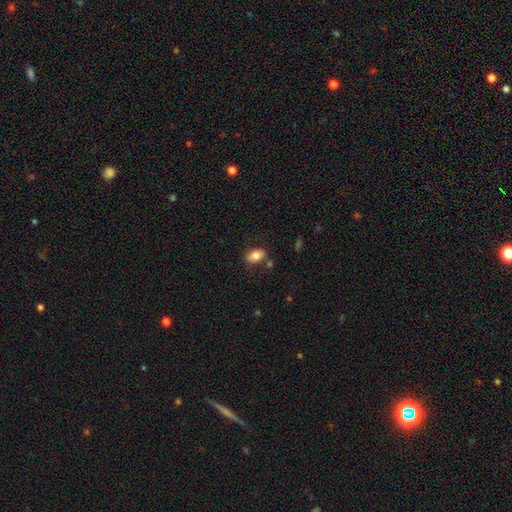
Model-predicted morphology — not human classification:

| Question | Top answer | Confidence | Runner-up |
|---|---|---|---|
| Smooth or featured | smooth | 79% | featured or disk (14%) |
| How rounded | in between | 88% | round (10%) |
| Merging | none | 72% | minor disturbance (15%) |